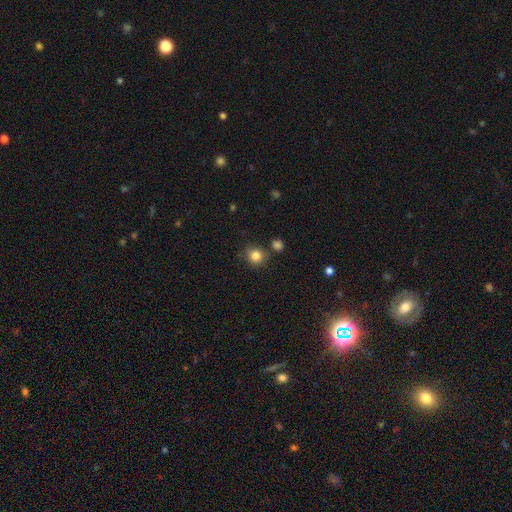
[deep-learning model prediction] Morphology: type=smooth (84%); roundness=round (87%); merging=none (79%).